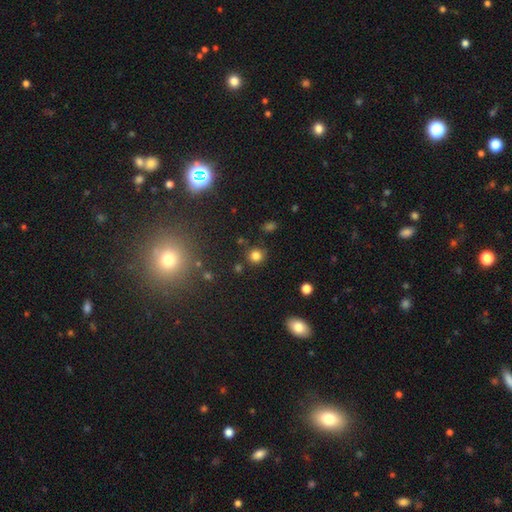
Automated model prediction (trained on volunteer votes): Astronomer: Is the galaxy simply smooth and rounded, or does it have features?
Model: smooth — 79%.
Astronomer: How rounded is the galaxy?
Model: round — 90%.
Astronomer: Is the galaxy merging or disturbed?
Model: none — 83%.